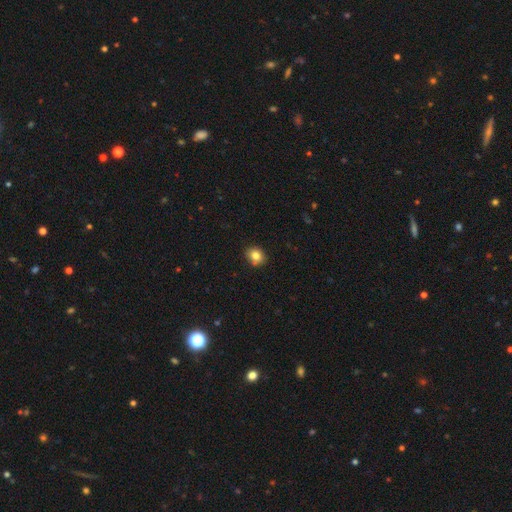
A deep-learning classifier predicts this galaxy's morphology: The model was most divided on "how rounded": round: 74%, in between: 25%, cigar-shaped: 1%. More confident: smooth or featured — smooth (81%); merging — none (79%).